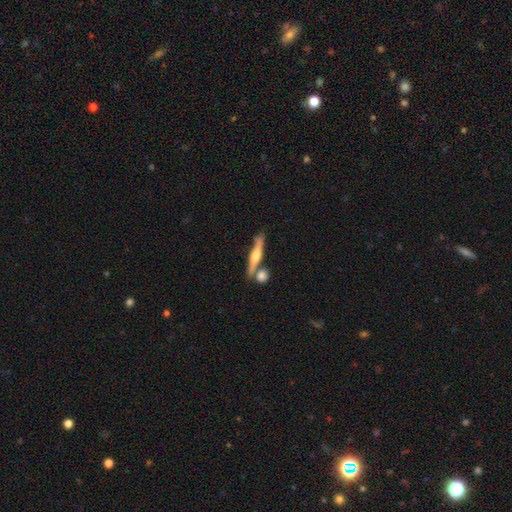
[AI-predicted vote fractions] This is likely a featured or disk galaxy (67%). It is clearly viewed edge-on (94%). Edge-on bulge: clearly rounded (86%). Merging: likely none (69%).